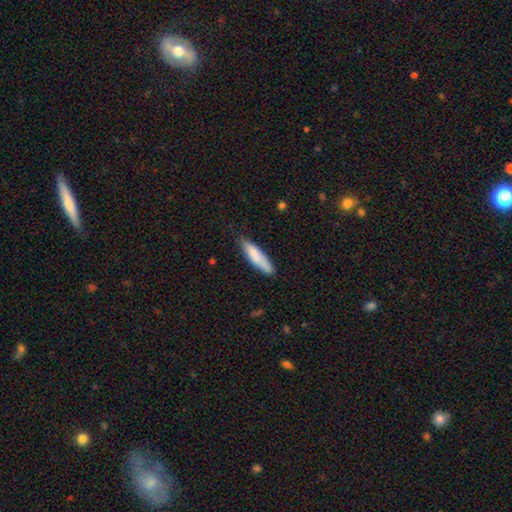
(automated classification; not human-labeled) Overall: smooth (79%). How rounded: cigar-shaped (72%). Merging: none (73%).